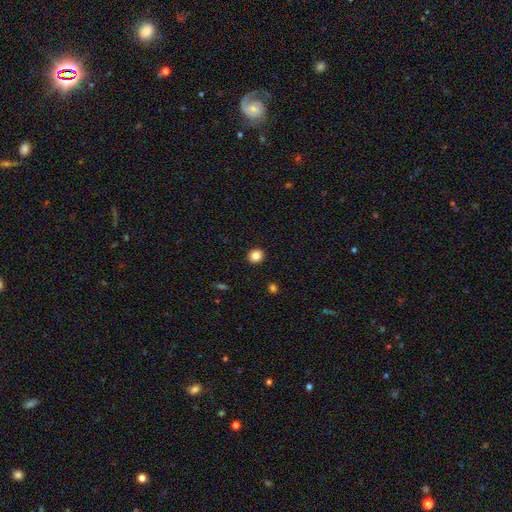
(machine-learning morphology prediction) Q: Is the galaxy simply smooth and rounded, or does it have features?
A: smooth — 85%.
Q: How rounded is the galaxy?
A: round — 88%.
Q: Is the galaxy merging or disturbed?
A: none — 93%.